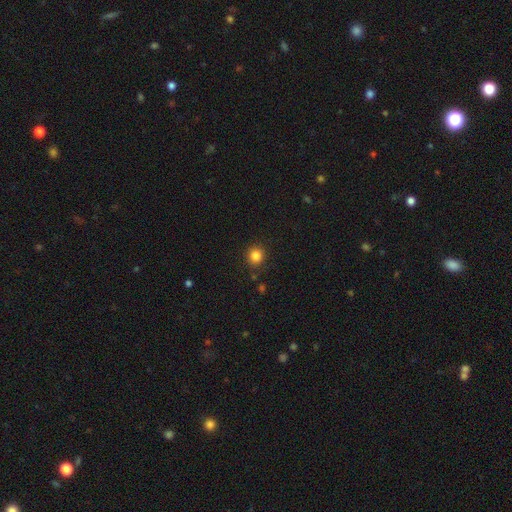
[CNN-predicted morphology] Overall: smooth (84%). How rounded: round (86%). Merging: none (87%).